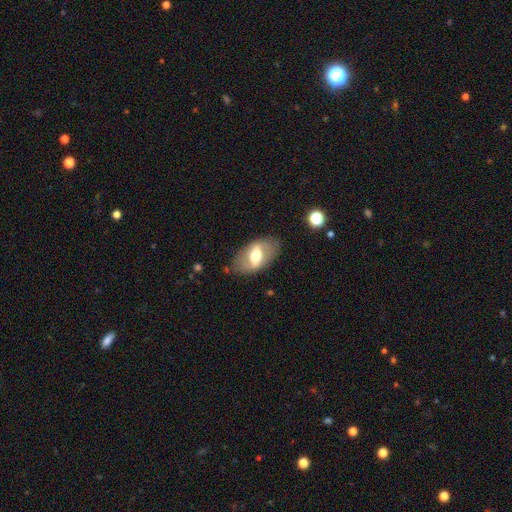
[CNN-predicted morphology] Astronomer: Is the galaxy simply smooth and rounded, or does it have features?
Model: featured or disk — 48% (runner-up: smooth, 45%).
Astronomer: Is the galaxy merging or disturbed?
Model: none — 77%.